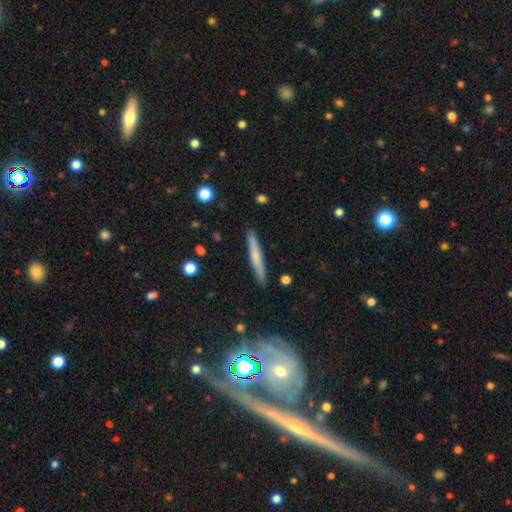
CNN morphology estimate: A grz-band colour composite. It shows a smooth galaxy with no disk features (63%) that is cigar-shaped (95%). Merging: none (89%).